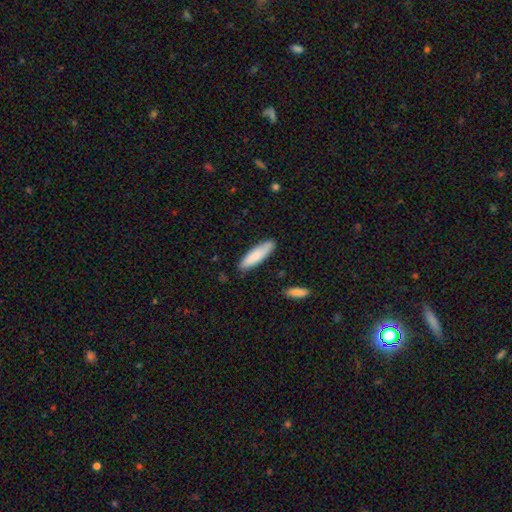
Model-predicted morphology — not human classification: Overall: smooth (84%). How rounded: cigar-shaped (61%; in between 37%). Merging: none (85%).